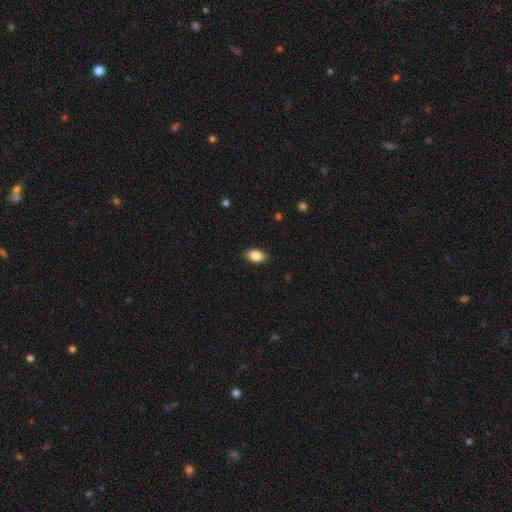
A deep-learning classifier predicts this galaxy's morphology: A smooth galaxy with no disk features (85%) that is in between round and cigar-shaped (86%).

Vote fractions:
- Smooth or featured? smooth: 85% / star or artifact: 8% / featured or disk: 7%
- How rounded? in between: 86% / round: 12% / cigar-shaped: 2%
- Merging? none: 85% / minor disturbance: 12% / major disturbance: 2% / merger: 1%